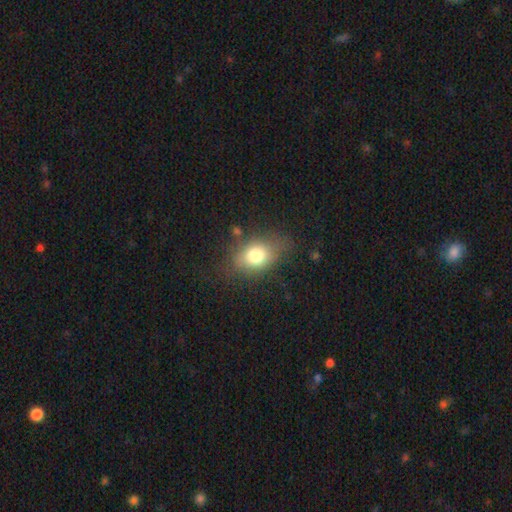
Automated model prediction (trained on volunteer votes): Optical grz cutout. It shows a smooth galaxy with no disk features (75%) that is in between round and cigar-shaped (73%). Merging: none (67%).